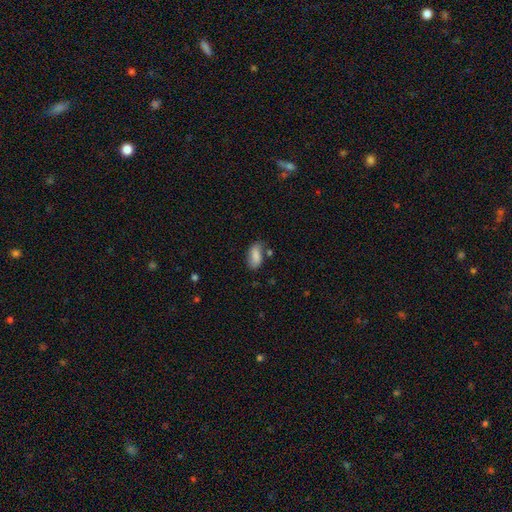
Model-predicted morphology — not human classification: smooth-or-featured: smooth: 82% | featured or disk: 11% | star or artifact: 8%
  how-rounded: in between: 90% | cigar-shaped: 7% | round: 4%
  merging: none: 64% | minor disturbance: 23% | merger: 8% | major disturbance: 6%